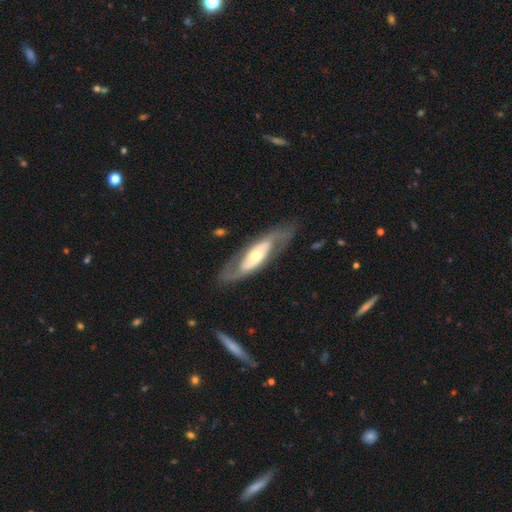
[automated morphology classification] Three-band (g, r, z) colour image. It shows a featured or disk galaxy (76%) with no bar (57%), spiral arms (69%) and a moderate central bulge (59%). Merging: none (76%).